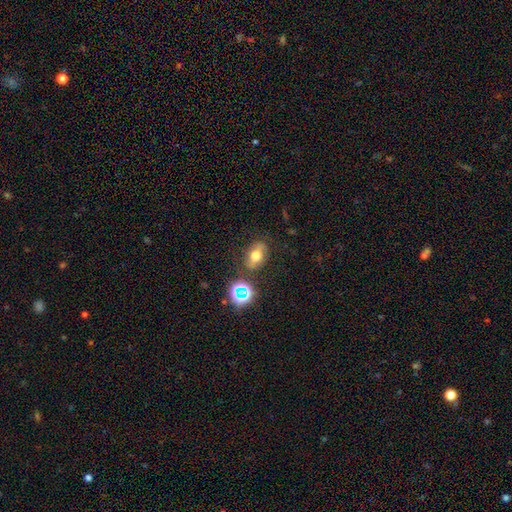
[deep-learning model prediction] A smooth galaxy with no disk features (56%) that is in between round and cigar-shaped (75%). Merging: none (76%).